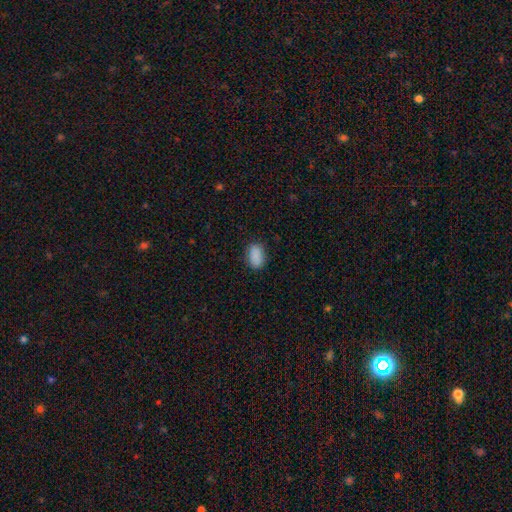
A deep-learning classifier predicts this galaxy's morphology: type=smooth (89%); roundness=in between (89%); merging=none (84%).